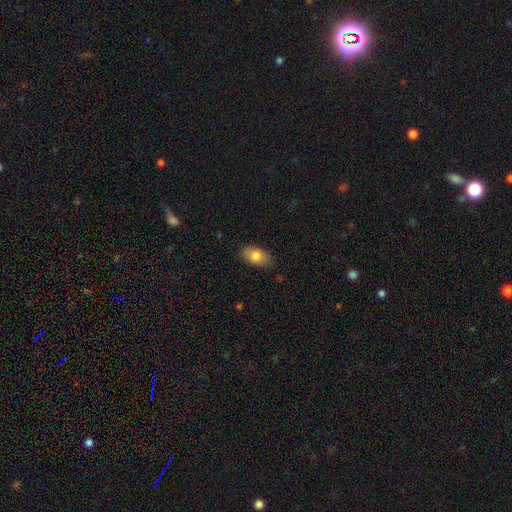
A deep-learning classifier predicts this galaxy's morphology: smooth_or_featured: smooth (p=0.82) [alt: featured or disk p=0.11]
how_rounded: in between (p=0.92) [alt: round p=0.05]
merging: none (p=0.82) [alt: minor disturbance p=0.14]